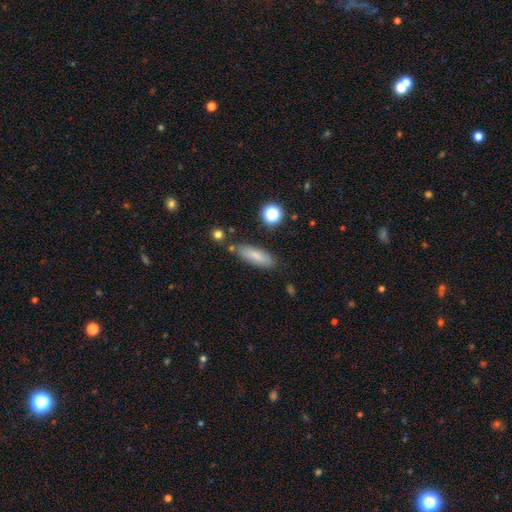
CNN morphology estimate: Smooth or featured? Predicted: smooth (p=0.77). How rounded? Predicted: in between (p=0.53). Merging? Predicted: none (p=0.79).